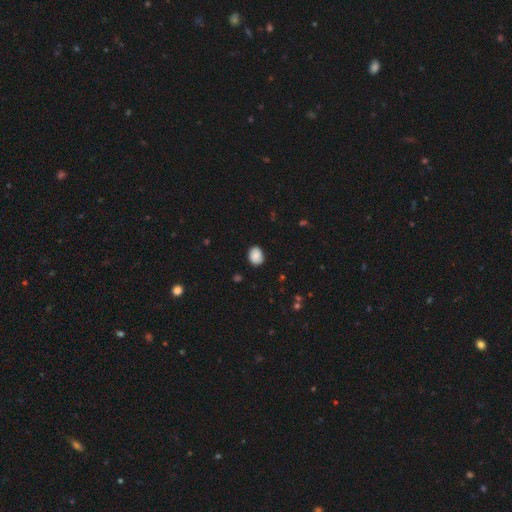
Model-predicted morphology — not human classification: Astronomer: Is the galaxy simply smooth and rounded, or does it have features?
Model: smooth — 88%.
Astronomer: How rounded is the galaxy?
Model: in between — 55% (runner-up: round, 44%).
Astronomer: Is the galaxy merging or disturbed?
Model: none — 84%.